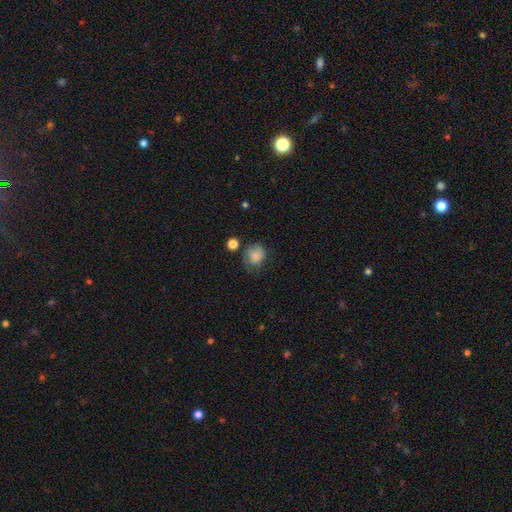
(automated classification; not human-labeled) smooth_or_featured: smooth (p=0.82) [alt: star or artifact p=0.10]
how_rounded: round (p=0.74) [alt: in between p=0.25]
merging: none (p=0.58) [alt: minor disturbance p=0.27]